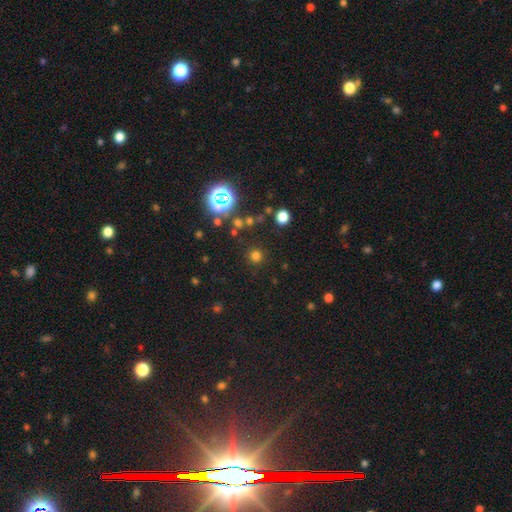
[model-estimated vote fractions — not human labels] Smooth or featured? Predicted: smooth (p=0.69). How rounded? Predicted: round (p=0.94). Merging? Predicted: none (p=0.86).